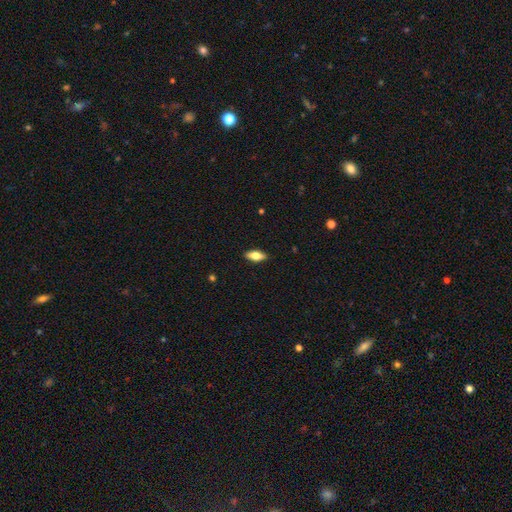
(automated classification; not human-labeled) This appears to be a smooth galaxy with no disk features (68%) that is in between round and cigar-shaped (79%). Merging: none (90%).